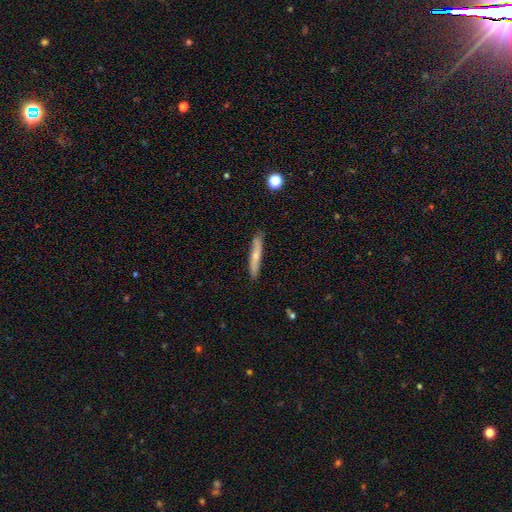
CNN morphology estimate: Smooth or featured? Predicted: smooth (p=0.52). How rounded? Predicted: cigar-shaped (p=0.92). Merging? Predicted: none (p=0.86).